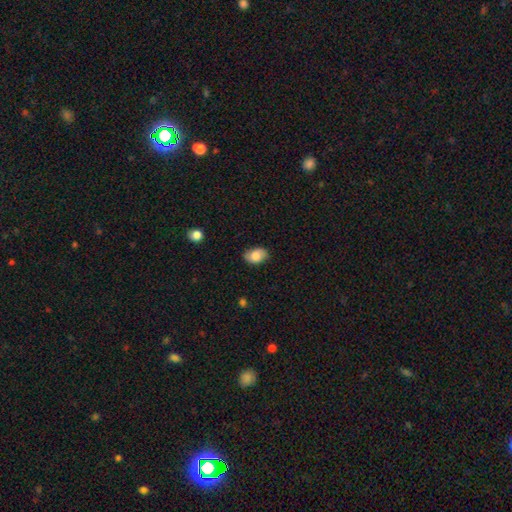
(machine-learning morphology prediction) A smooth galaxy with no disk features (76%) that is in between round and cigar-shaped (84%). Merging: none (79%).